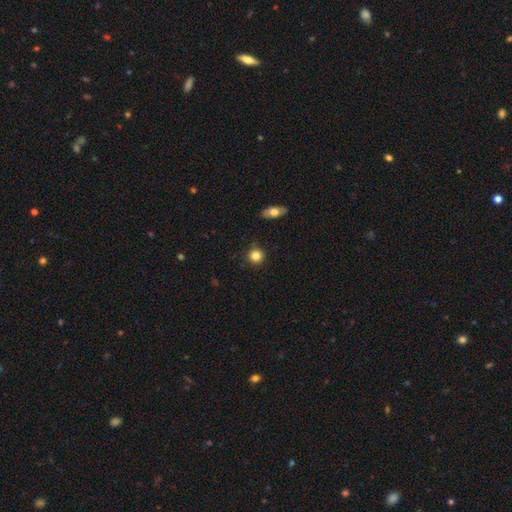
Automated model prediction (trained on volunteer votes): Smooth or featured?
  - smooth: 84% *
  - star or artifact: 10%
  - featured or disk: 6%
How rounded?
  - round: 93% *
  - in between: 6%
  - cigar-shaped: 1%
Merging?
  - none: 88% *
  - minor disturbance: 8%
  - major disturbance: 2%
  - merger: 2%